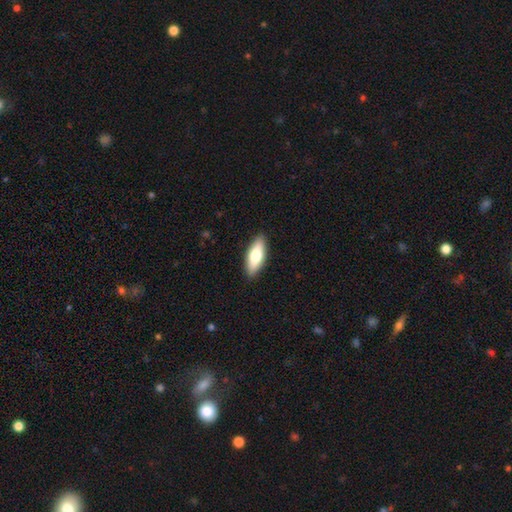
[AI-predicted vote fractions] This appears to be a smooth galaxy with no disk features (71%) that is in between round and cigar-shaped (71%). Merging: none (89%).